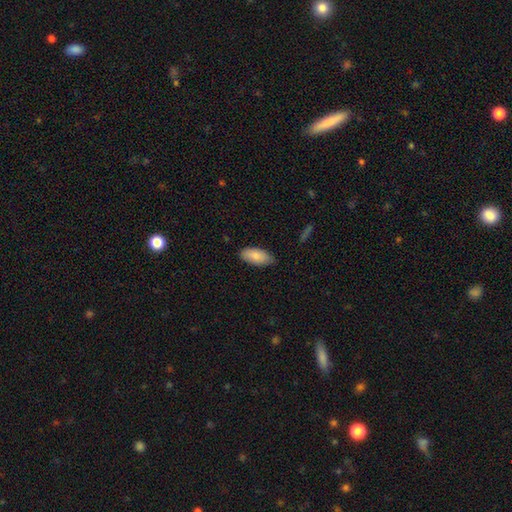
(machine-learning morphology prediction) The model was most divided on "merging": none: 82%, minor disturbance: 15%, major disturbance: 2%, merger: 1%. More confident: how rounded — in between (90%); smooth or featured — smooth (85%).